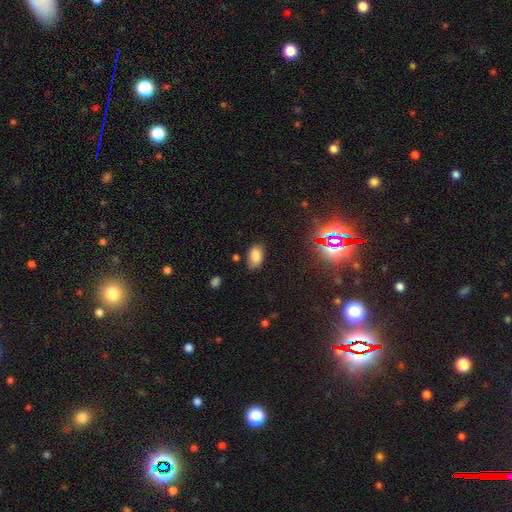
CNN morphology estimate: Smooth or featured? Predicted: smooth (p=0.81). How rounded? Predicted: in between (p=0.92). Merging? Predicted: none (p=0.78).